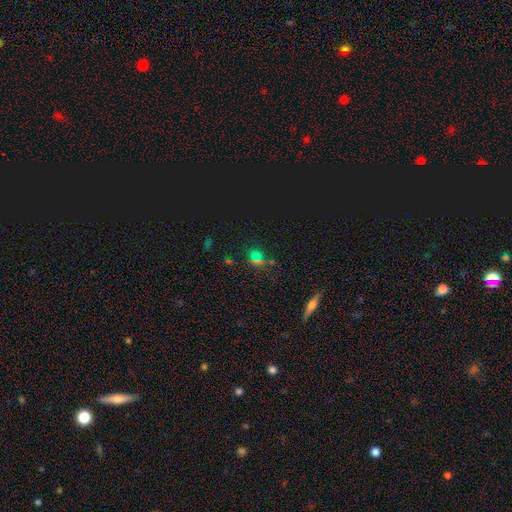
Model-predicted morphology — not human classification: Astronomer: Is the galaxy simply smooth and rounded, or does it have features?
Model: star or artifact — 55% (runner-up: smooth, 36%).